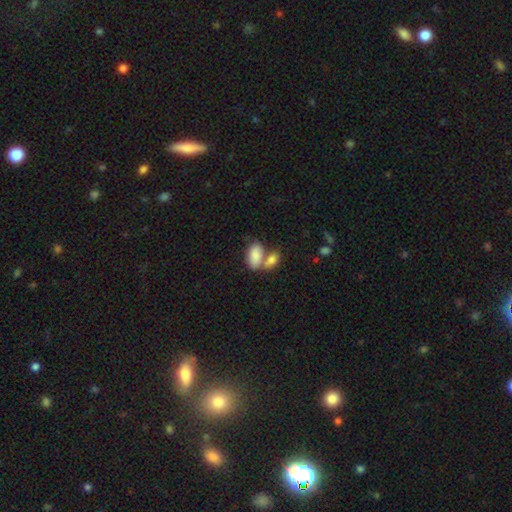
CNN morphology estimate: type=smooth (85%); roundness=in between (94%); merging=merger (54%).